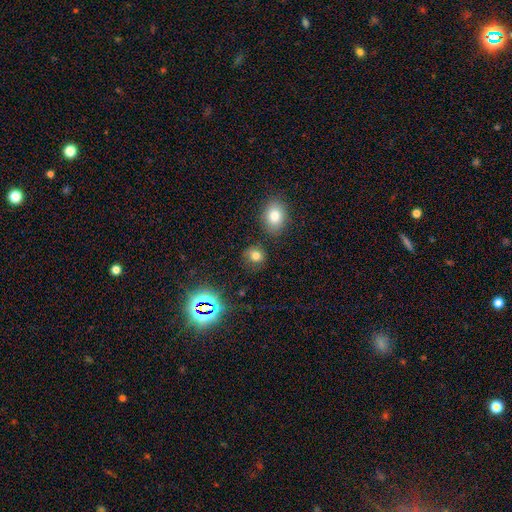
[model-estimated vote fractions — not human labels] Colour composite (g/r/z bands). It shows a smooth galaxy with no disk features (74%) that is round (75%). Merging: none (80%).